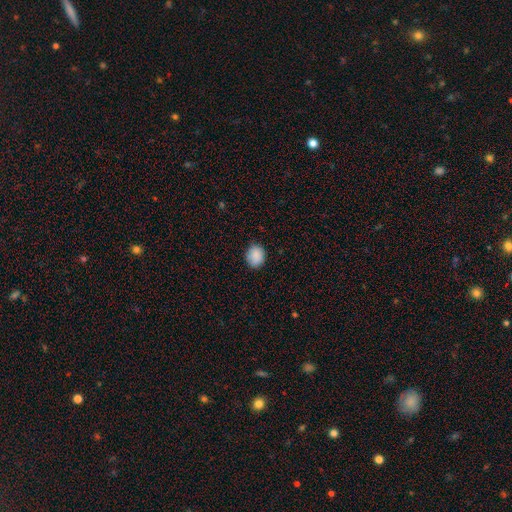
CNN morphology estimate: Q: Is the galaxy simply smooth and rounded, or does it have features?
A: smooth — 89%.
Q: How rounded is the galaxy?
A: round — 61%.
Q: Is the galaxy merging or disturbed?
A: none — 85%.